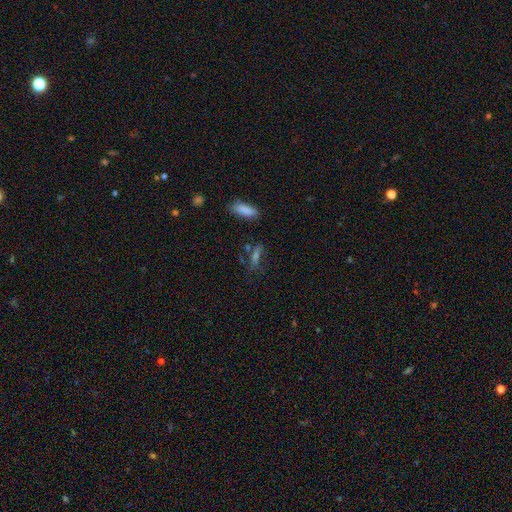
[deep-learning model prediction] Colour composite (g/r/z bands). It shows a smooth galaxy with no disk features (51%) that is cigar-shaped (63%). Merging: none (69%).